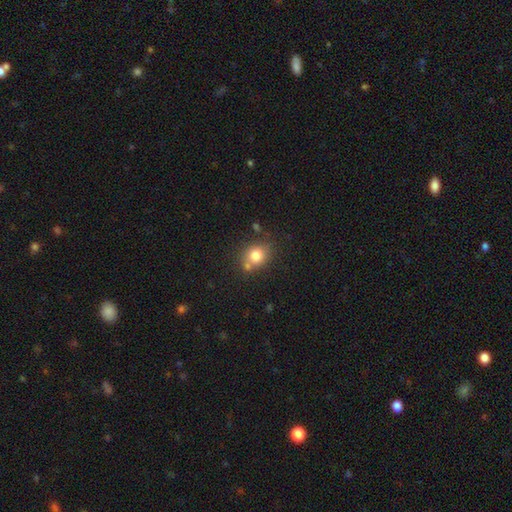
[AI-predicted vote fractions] Overall: smooth (78%). How rounded: round (67%; in between 32%). Merging: none (64%).